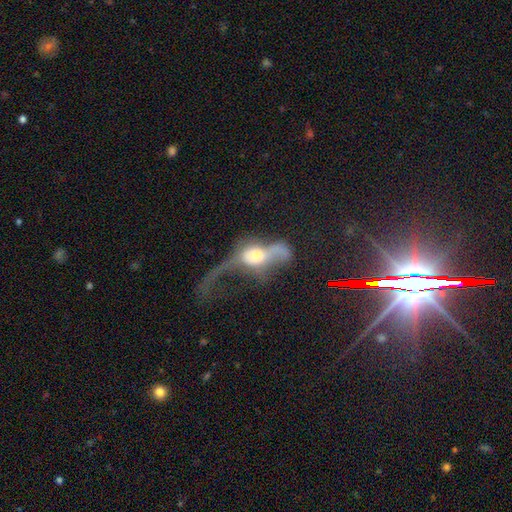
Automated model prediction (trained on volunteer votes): smooth-or-featured: featured or disk: 50% | smooth: 40% | star or artifact: 10%
  merging: major disturbance: 66% | merger: 14% | none: 11% | minor disturbance: 9%